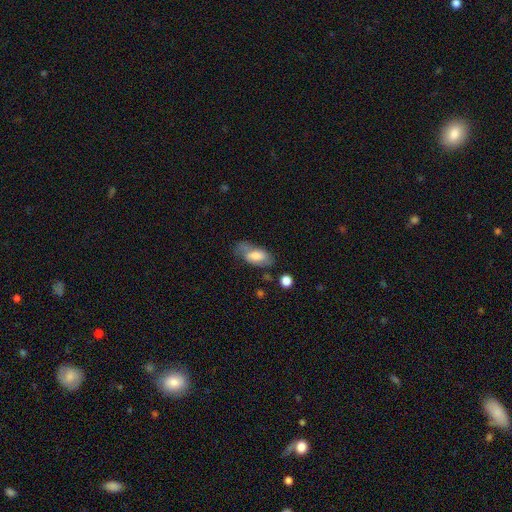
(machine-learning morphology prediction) Smooth or featured? smooth (64%)
How rounded? in between (89%)
Merging? none (47%)